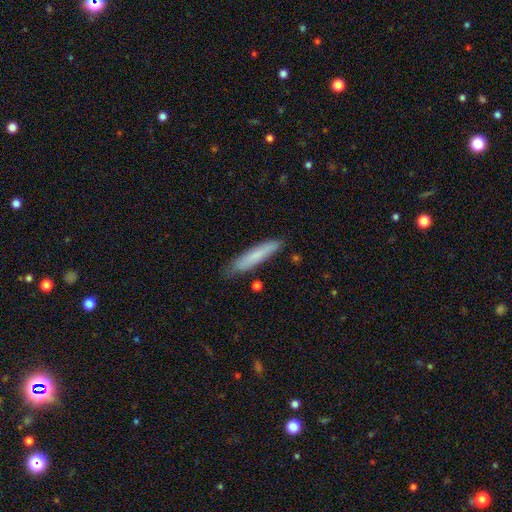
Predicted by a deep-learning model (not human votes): Q: Smooth or featured?
A: smooth (73%); runner-up: featured or disk (21%)
Q: How rounded?
A: cigar-shaped (90%); runner-up: in between (8%)
Q: Merging?
A: none (82%); runner-up: minor disturbance (14%)